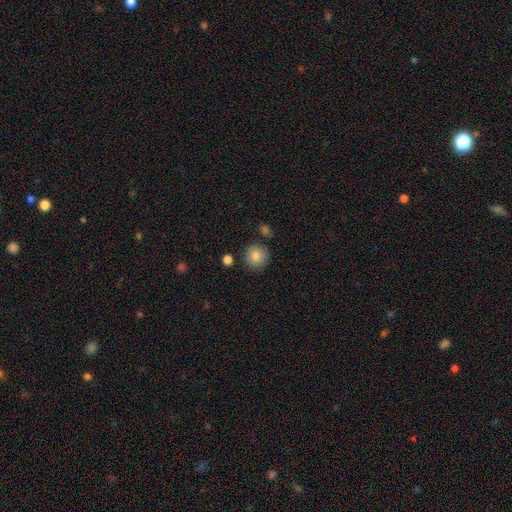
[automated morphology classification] Overall: smooth (83%). How rounded: round (93%). Merging: none (86%).